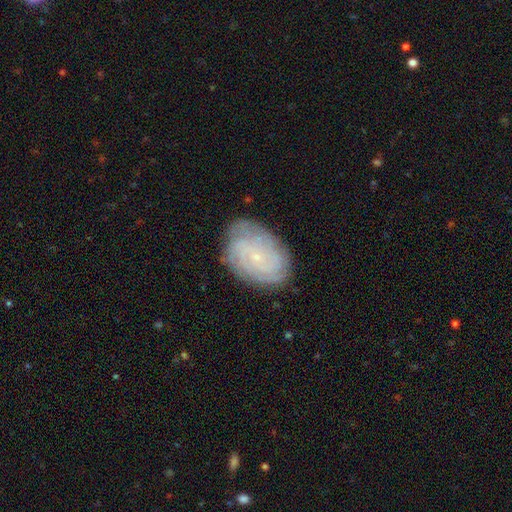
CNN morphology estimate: This appears to be a featured or disk galaxy (65%) with no bar (78%), tight (72%) spiral arms (87%) and a small central bulge (87%). Merging: none (80%).